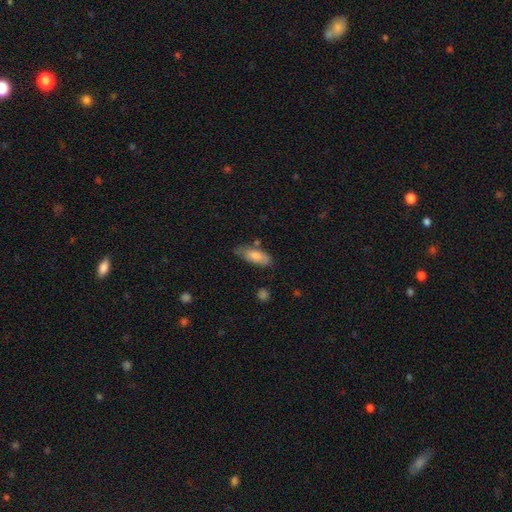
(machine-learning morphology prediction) The model was most divided on "merging": none: 63%, minor disturbance: 26%, major disturbance: 6%, merger: 5%. More confident: how rounded — in between (78%); smooth or featured — smooth (76%).